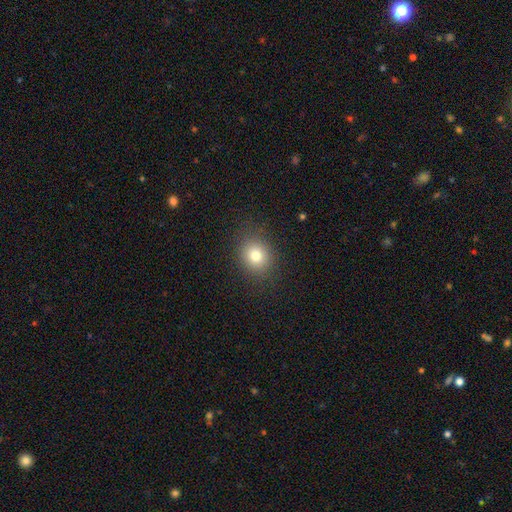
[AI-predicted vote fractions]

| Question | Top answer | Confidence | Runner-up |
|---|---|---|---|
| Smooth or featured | smooth | 79% | star or artifact (13%) |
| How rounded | round | 72% | in between (27%) |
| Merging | none | 86% | minor disturbance (9%) |